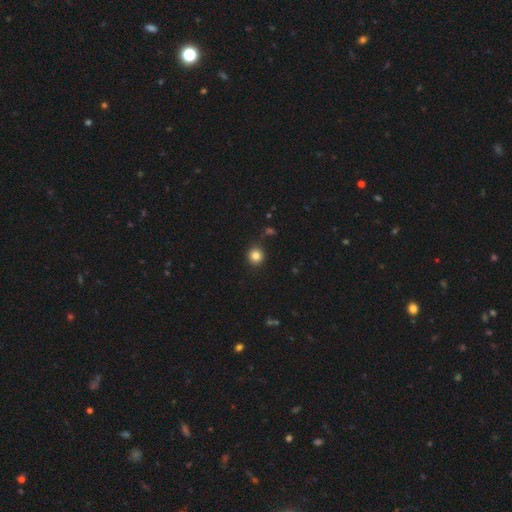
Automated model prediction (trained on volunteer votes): This is clearly a smooth galaxy (84%). How rounded: clearly round (93%). Merging: clearly none (88%).